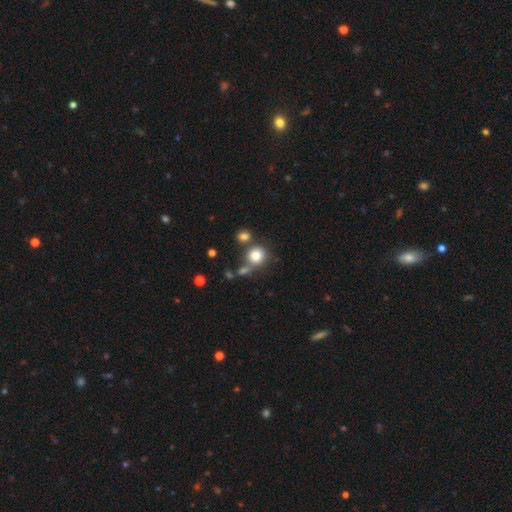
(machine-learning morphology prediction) Smooth or featured?
  - smooth: 80% *
  - star or artifact: 11%
  - featured or disk: 8%
How rounded?
  - round: 89% *
  - in between: 10%
  - cigar-shaped: 1%
Merging?
  - none: 64% *
  - merger: 20%
  - minor disturbance: 11%
  - major disturbance: 5%